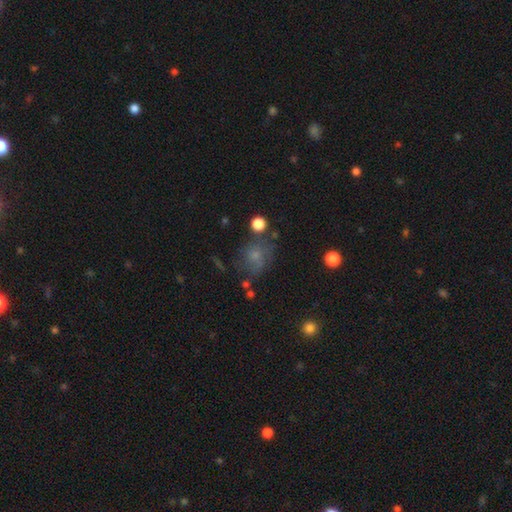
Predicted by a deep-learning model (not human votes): A smooth galaxy with no disk features (60%) that is round (71%). Merging: none (55%).